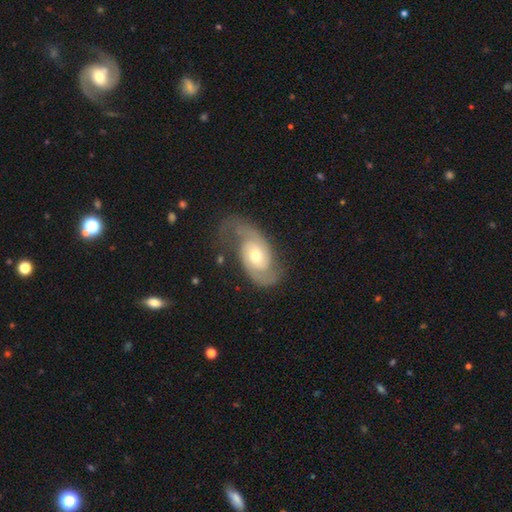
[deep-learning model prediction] Overall: featured or disk (86%). Edge-on disk: no (96%). Bar: no (67%). Spiral arms: yes (96%). Spiral arm count: 2 (90%). Spiral winding: medium (47%; tight 27%). Bulge size: moderate (53%; small 41%). Merging: none (65%).